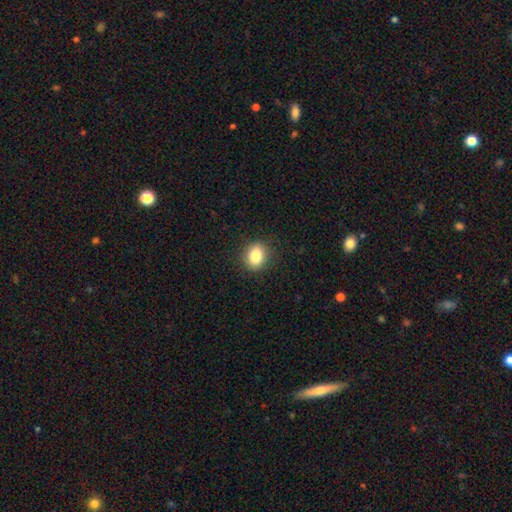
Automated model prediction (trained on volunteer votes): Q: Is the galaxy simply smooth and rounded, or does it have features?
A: smooth — 84%.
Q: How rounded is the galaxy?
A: in between — 50%.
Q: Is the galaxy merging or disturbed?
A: none — 88%.